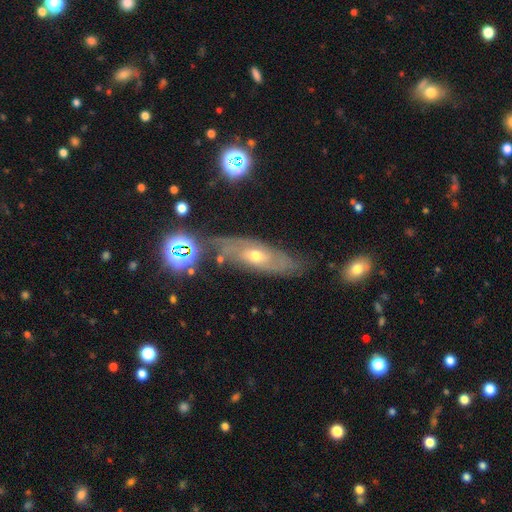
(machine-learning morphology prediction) type=featured or disk (70%); edge-on=no (78%); bar=no (69%); spiral arms=yes (81%); bulge=moderate (56%); merging=none (67%).